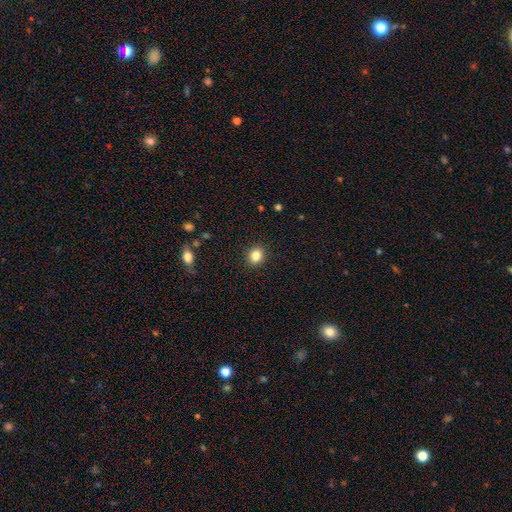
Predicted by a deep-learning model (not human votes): The model was most divided on "how rounded": round: 70%, in between: 29%, cigar-shaped: 1%. More confident: merging — none (90%); smooth or featured — smooth (84%).